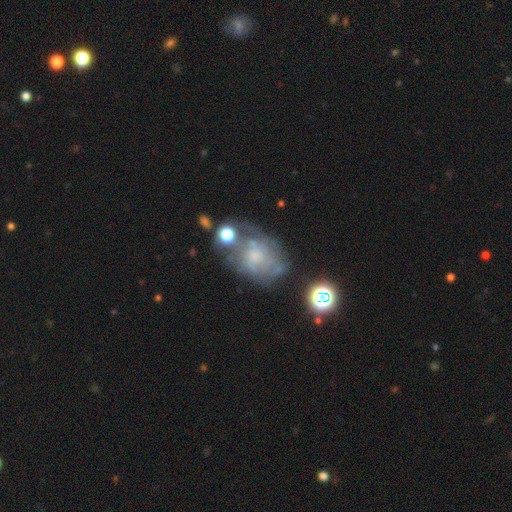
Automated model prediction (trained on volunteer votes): A featured or disk galaxy (56%) with no bar (78%), spiral arms (60%) and a small central bulge (40%). Merging: none (49%).